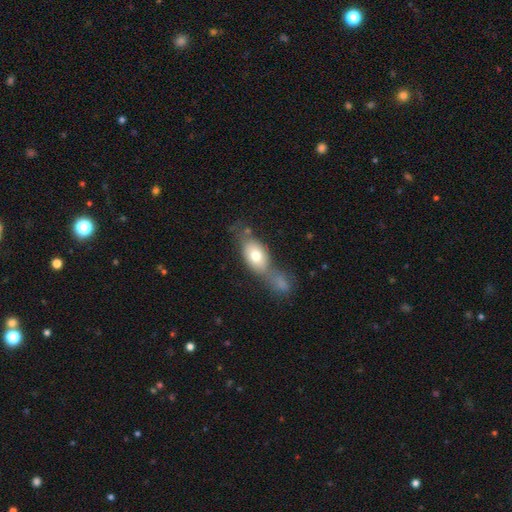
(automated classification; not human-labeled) This is likely a smooth galaxy (71%). How rounded: clearly in between (83%). Merging: possibly merger (45%).